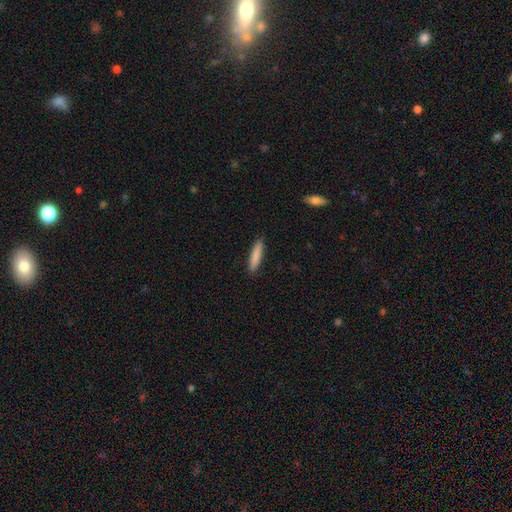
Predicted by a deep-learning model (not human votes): The model was most divided on "how rounded": cigar-shaped: 84%, in between: 14%, round: 1%. More confident: merging — none (90%); smooth or featured — smooth (85%).